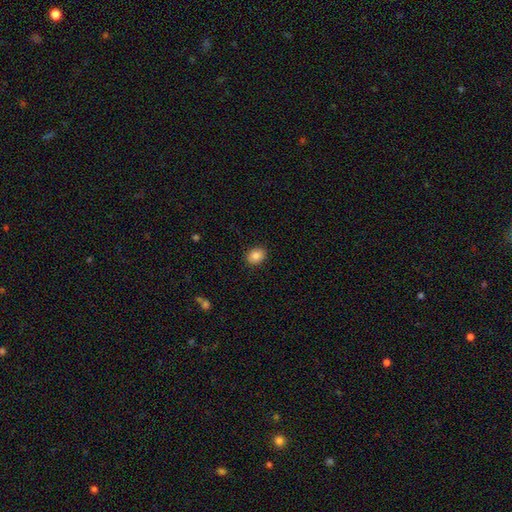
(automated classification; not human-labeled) Overall: smooth (85%). How rounded: in between (60%; round 39%). Merging: none (89%).